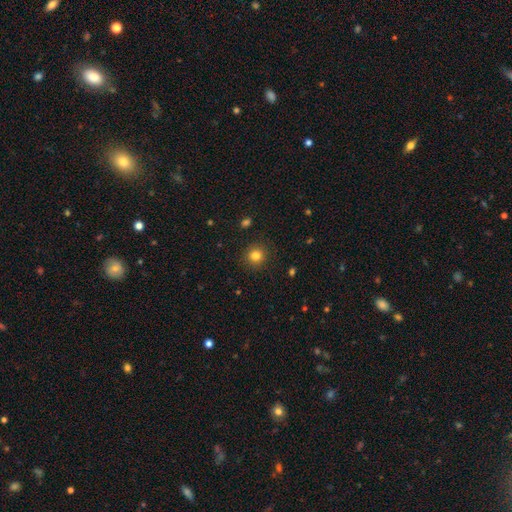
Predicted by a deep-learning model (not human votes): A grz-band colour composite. It shows a smooth galaxy with no disk features (82%) that is round (92%). Merging: none (91%).